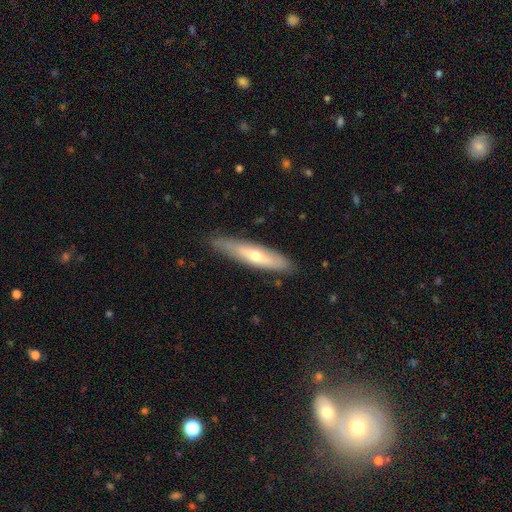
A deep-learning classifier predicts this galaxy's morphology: The model was most divided on "smooth or featured": featured or disk: 48%, smooth: 47%, star or artifact: 5%. More confident: merging — none (84%).